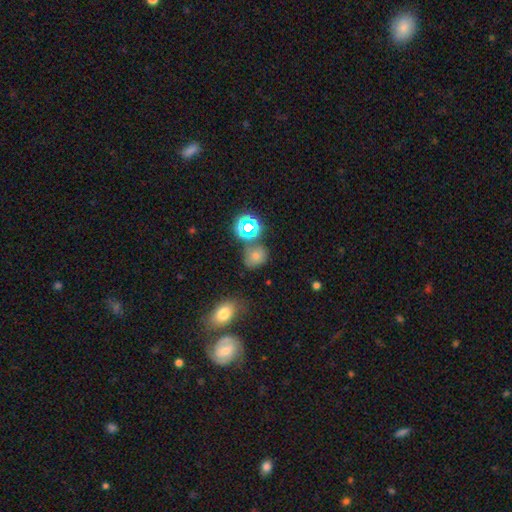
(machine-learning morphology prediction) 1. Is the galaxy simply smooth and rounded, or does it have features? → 65% smooth, 26% star or artifact, 10% featured or disk.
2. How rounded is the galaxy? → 60% round, 39% in between, 1% cigar-shaped.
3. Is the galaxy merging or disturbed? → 66% none, 18% minor disturbance, 10% merger, 6% major disturbance.